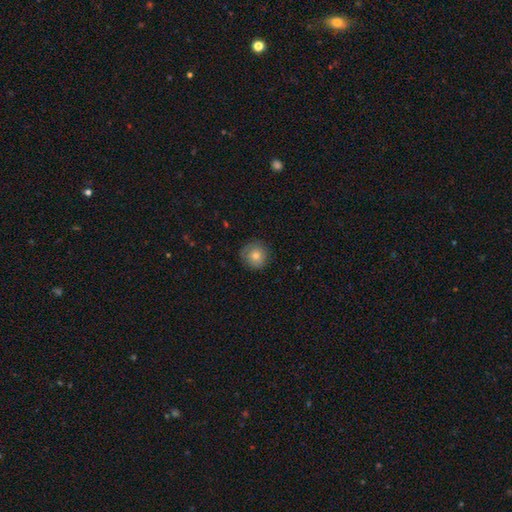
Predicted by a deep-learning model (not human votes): A smooth galaxy with no disk features (74%) that is round (92%). Merging: none (82%).